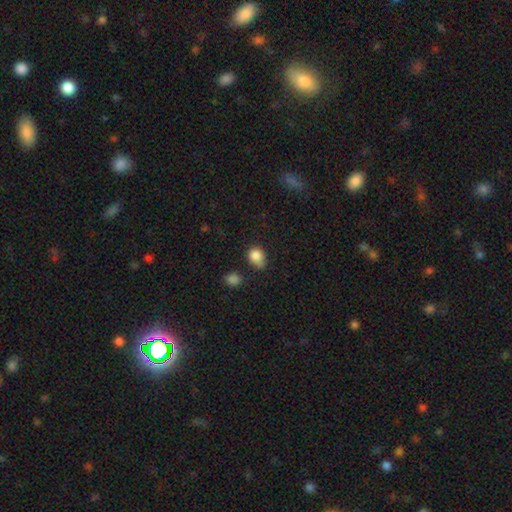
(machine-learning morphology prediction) The model was most divided on "merging": none: 50%, minor disturbance: 31%, merger: 10%, major disturbance: 9%. More confident: smooth or featured — smooth (84%); how rounded — round (70%).